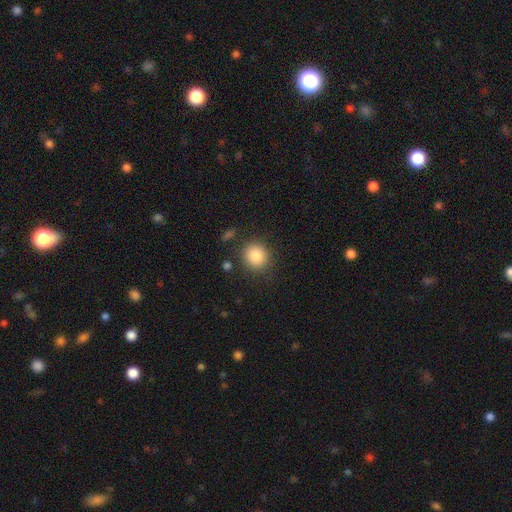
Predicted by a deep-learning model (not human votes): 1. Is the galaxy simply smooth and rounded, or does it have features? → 86% smooth, 9% star or artifact, 5% featured or disk.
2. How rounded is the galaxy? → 84% round, 15% in between, 1% cigar-shaped.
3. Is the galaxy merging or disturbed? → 85% none, 9% minor disturbance, 4% major disturbance, 3% merger.